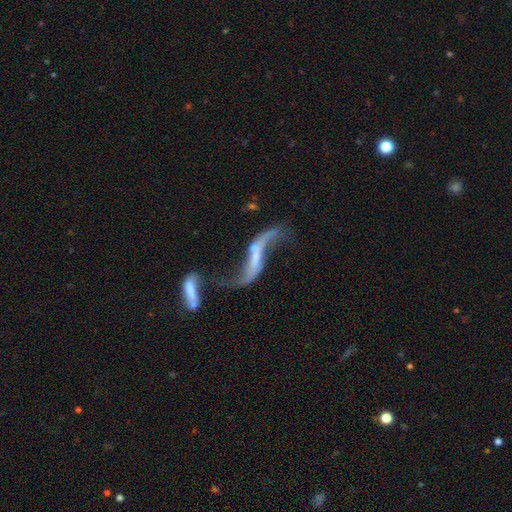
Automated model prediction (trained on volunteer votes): smooth_or_featured: featured or disk (p=0.84) [alt: smooth p=0.10]
disk_edge_on: no (p=0.88) [alt: yes p=0.12]
bar: no (p=0.39) [alt: weak p=0.33]
has_spiral_arms: yes (p=0.84) [alt: no p=0.16]
spiral_winding: loose (p=0.95) [alt: medium p=0.03]
spiral_arm_count: 2 (p=0.90) [alt: 1 p=0.05]
bulge_size: small (p=0.43) [alt: none p=0.37]
merging: merger (p=0.39) [alt: none p=0.30]